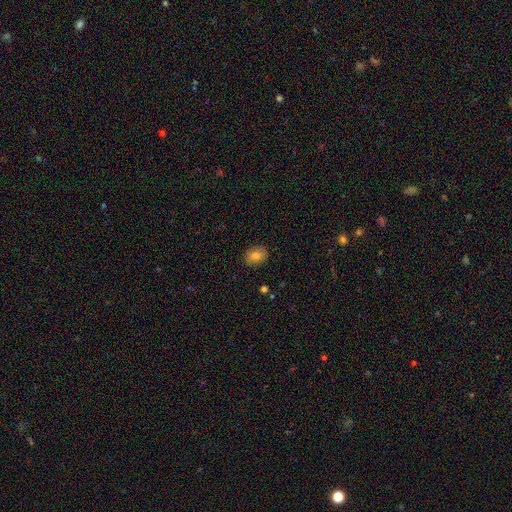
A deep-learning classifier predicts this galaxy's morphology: Overall: smooth (80%). How rounded: in between (52%; round 47%). Merging: none (88%).